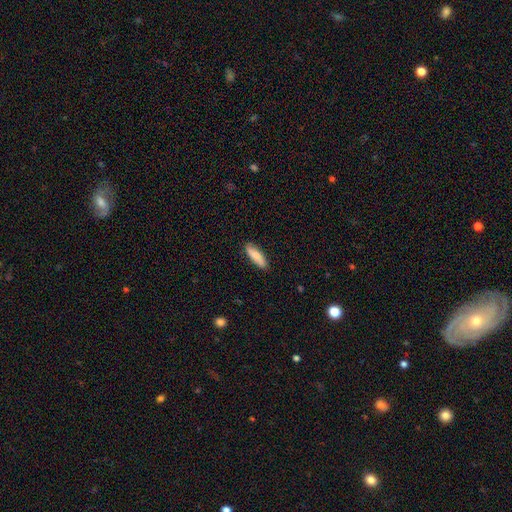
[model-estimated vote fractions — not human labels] A smooth galaxy with no disk features (80%) that is cigar-shaped (50%).

Vote fractions:
- Smooth or featured? smooth: 80% / featured or disk: 14% / star or artifact: 6%
- How rounded? cigar-shaped: 50% / in between: 48% / round: 2%
- Merging? none: 87% / minor disturbance: 10% / major disturbance: 2% / merger: 1%